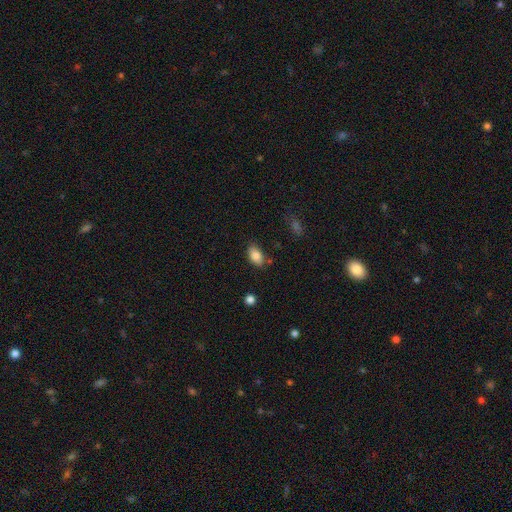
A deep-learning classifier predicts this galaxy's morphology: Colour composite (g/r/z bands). It shows a smooth galaxy with no disk features (84%) that is in between round and cigar-shaped (91%). Merging: none (77%).